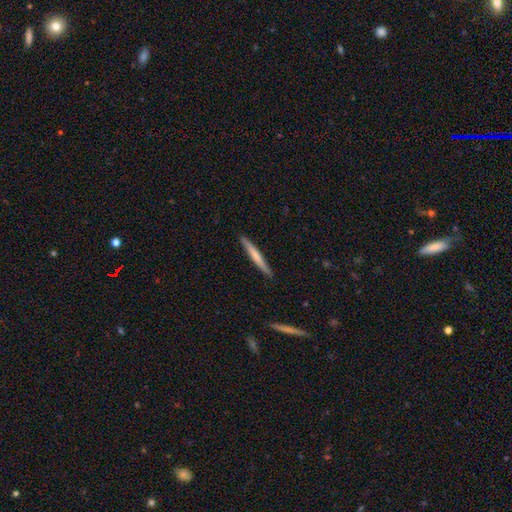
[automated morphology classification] A smooth galaxy with no disk features (57%) that is cigar-shaped (96%).

Vote fractions:
- Smooth or featured? smooth: 57% / featured or disk: 38% / star or artifact: 5%
- How rounded? cigar-shaped: 96% / in between: 2% / round: 1%
- Merging? none: 90% / minor disturbance: 7% / major disturbance: 1% / merger: 1%